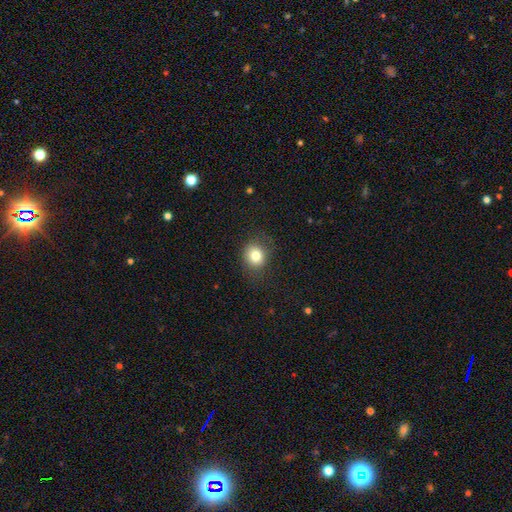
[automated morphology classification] The model was most divided on "how rounded": round: 78%, in between: 21%, cigar-shaped: 1%. More confident: smooth or featured — smooth (79%); merging — none (79%).